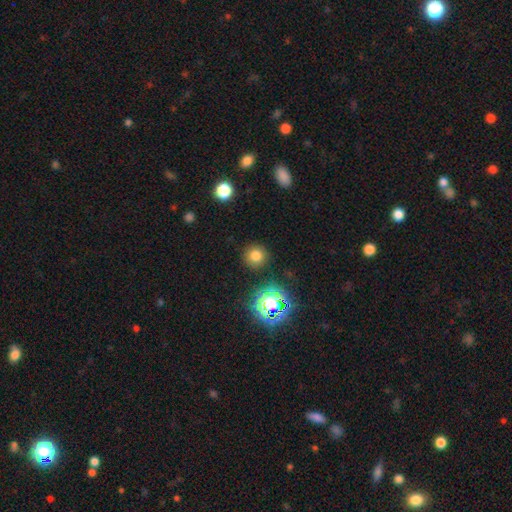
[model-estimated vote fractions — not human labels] Smooth or featured? Predicted: smooth (p=0.73). How rounded? Predicted: round (p=0.93). Merging? Predicted: none (p=0.88).